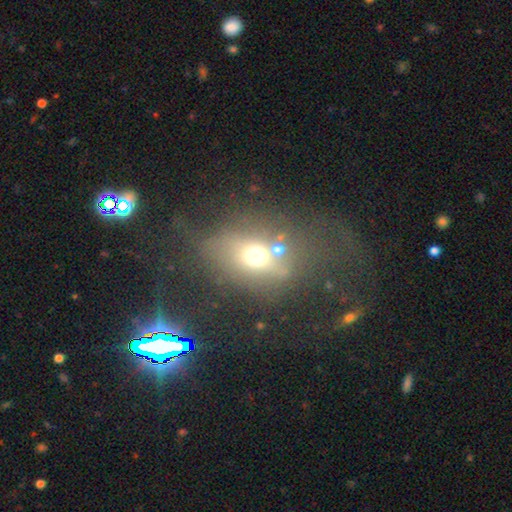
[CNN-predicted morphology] This appears to be a smooth galaxy with no disk features (53%) that is round (49%). Merging: none (54%).